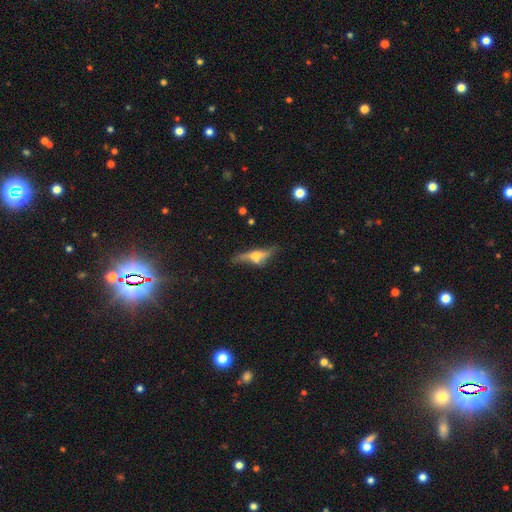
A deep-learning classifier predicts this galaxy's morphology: Smooth or featured? Predicted: featured or disk (p=0.57). Edge-on disk? Predicted: yes (p=0.83). Merging? Predicted: none (p=0.53).